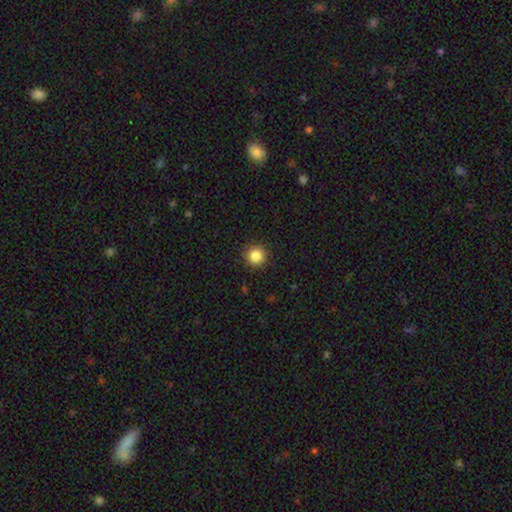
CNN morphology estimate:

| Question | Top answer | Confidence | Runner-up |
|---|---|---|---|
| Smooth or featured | smooth | 85% | star or artifact (10%) |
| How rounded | round | 95% | in between (4%) |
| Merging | none | 91% | minor disturbance (6%) |